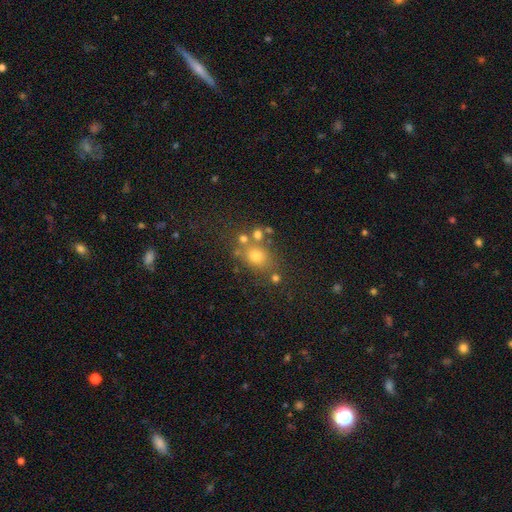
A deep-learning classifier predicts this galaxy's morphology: The model was most divided on "how rounded": round: 58%, in between: 40%, cigar-shaped: 2%. More confident: smooth or featured — smooth (65%); merging — none (63%).